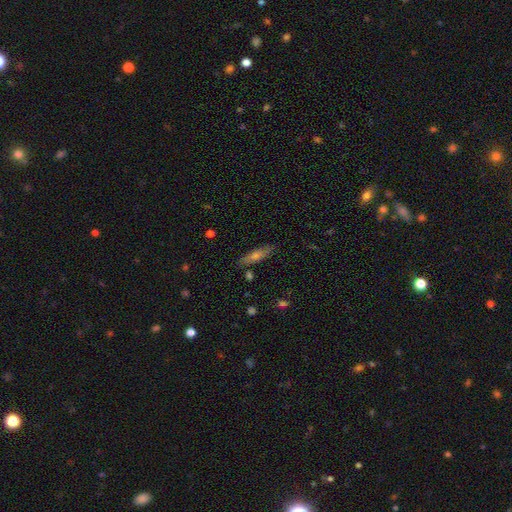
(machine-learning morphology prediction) smooth-or-featured: smooth: 46% | featured or disk: 43% | star or artifact: 11%
  merging: none: 86% | minor disturbance: 10% | major disturbance: 2% | merger: 2%